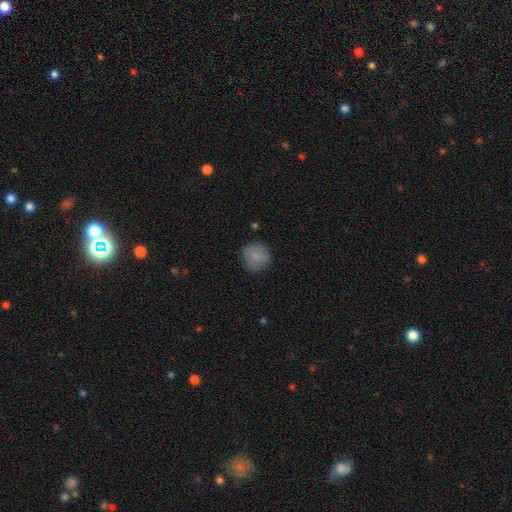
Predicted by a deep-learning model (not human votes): Overall: smooth (82%). How rounded: round (90%). Merging: none (79%).